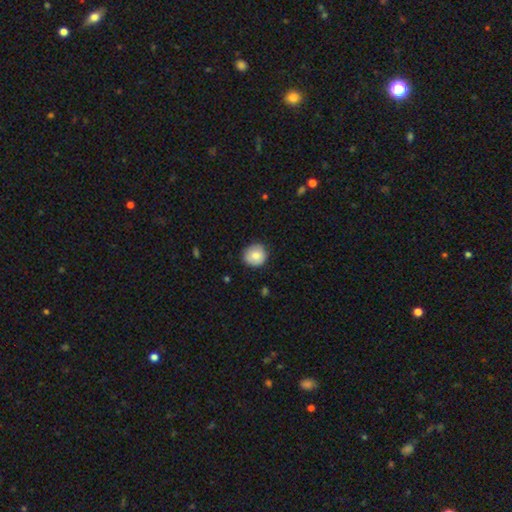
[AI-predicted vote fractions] Smooth or featured: smooth — 78% (featured or disk — 14%)
How rounded: round — 88% (in between — 11%)
Merging: none — 84% (minor disturbance — 13%)